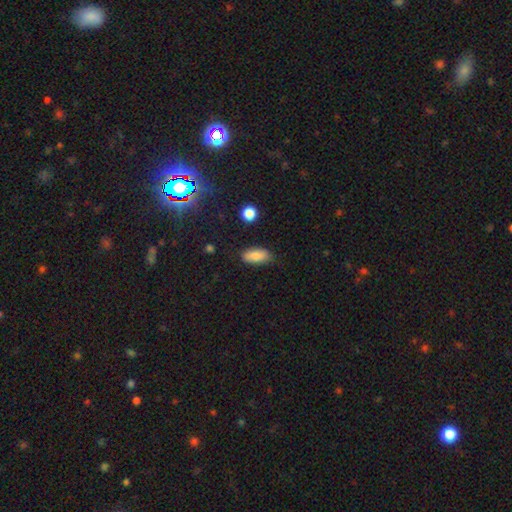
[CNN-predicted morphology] smooth 84%, star or artifact 8%, featured or disk 8%. Down the decision tree: how rounded — in between (87%); merging — none (80%).